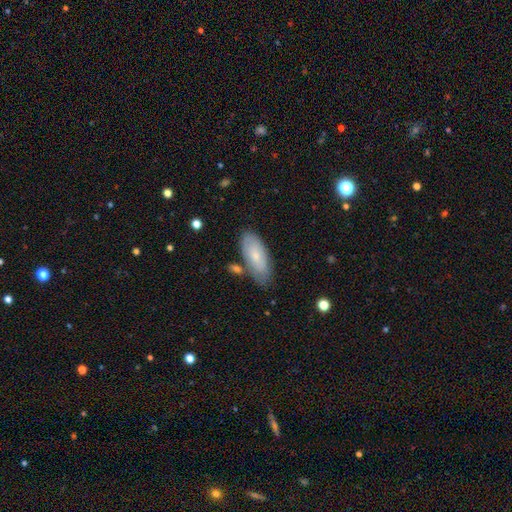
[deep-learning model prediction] Smooth or featured? Predicted: smooth (p=0.69). How rounded? Predicted: in between (p=0.83). Merging? Predicted: none (p=0.71).